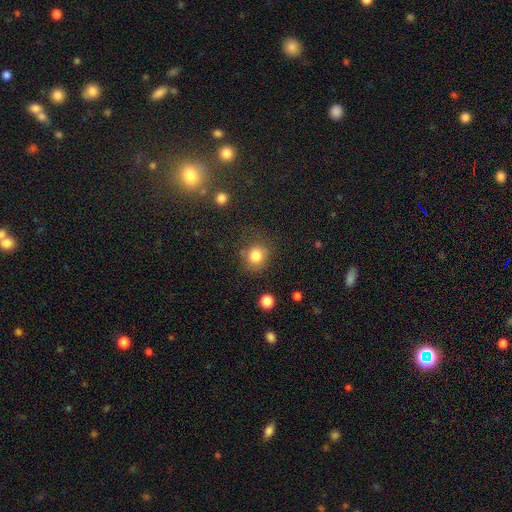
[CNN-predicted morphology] smooth_or_featured: smooth (p=0.82) [alt: star or artifact p=0.11]
how_rounded: round (p=0.81) [alt: in between p=0.18]
merging: none (p=0.72) [alt: minor disturbance p=0.17]